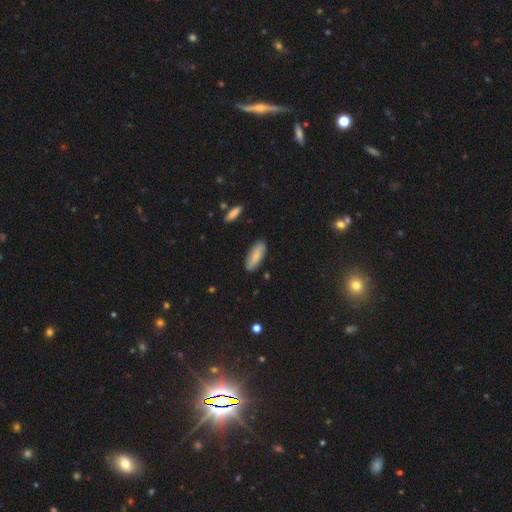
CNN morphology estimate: This is likely a smooth galaxy (79%). How rounded: likely in between (66%). Merging: clearly none (85%).